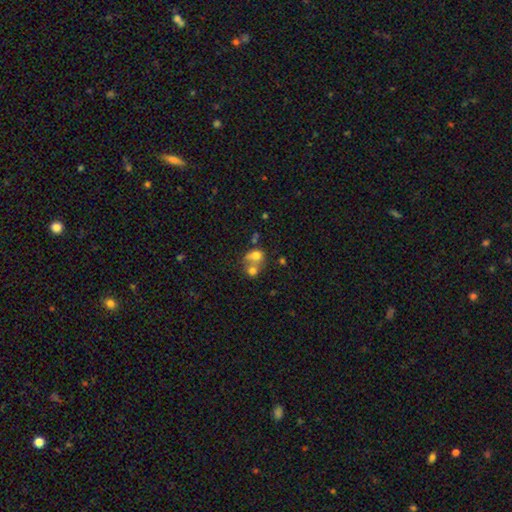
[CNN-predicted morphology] Smooth or featured? smooth (70%)
How rounded? round (58%)
Merging? merger (64%)